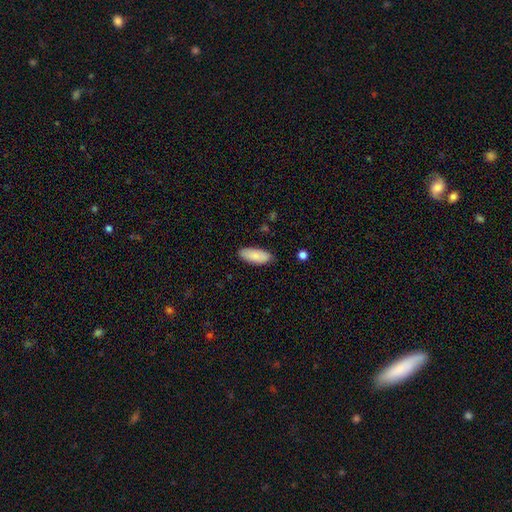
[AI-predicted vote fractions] Smooth or featured? smooth (86%)
How rounded? in between (84%)
Merging? none (85%)